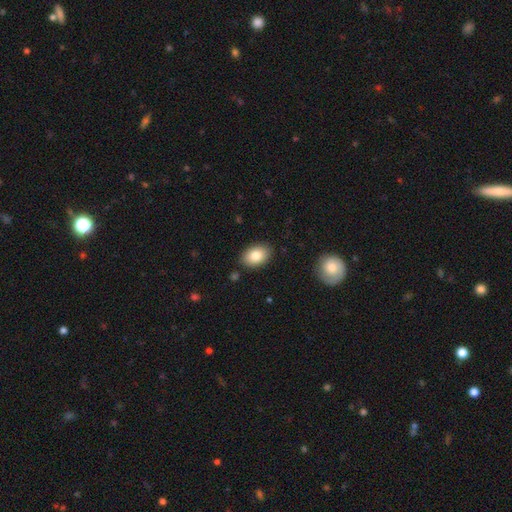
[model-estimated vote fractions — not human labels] smooth 83%, featured or disk 10%, star or artifact 8%. Down the decision tree: how rounded — in between (85%); merging — none (87%).